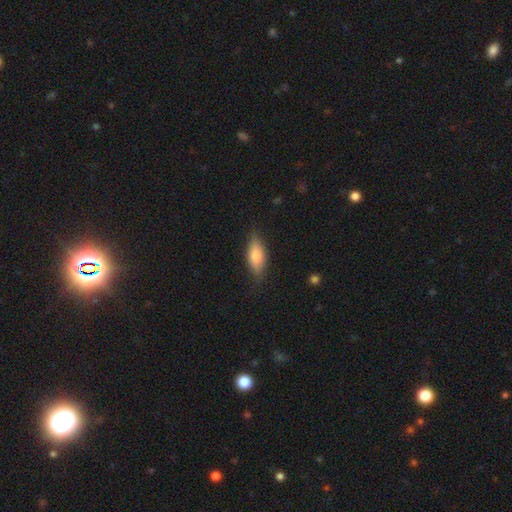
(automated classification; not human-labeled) The model was most divided on "how rounded": in between: 76%, cigar-shaped: 22%, round: 3%. More confident: merging — none (77%); smooth or featured — smooth (74%).